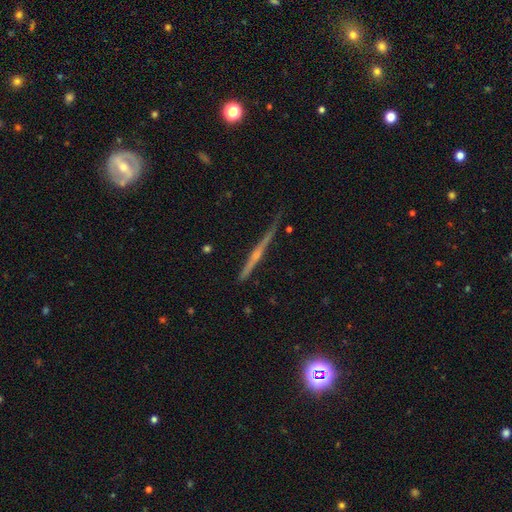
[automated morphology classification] Smooth or featured? featured or disk (77%)
Edge-on disk? yes (98%)
Edge-on bulge? rounded (66%)
Merging? none (82%)